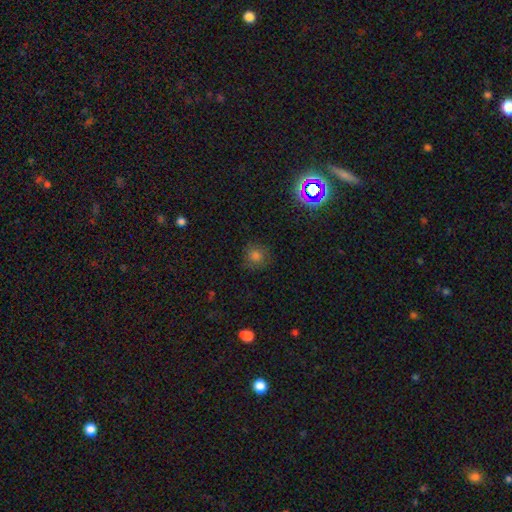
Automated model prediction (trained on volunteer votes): A smooth galaxy with no disk features (75%) that is round (88%).

Vote fractions:
- Smooth or featured? smooth: 75% / star or artifact: 17% / featured or disk: 7%
- How rounded? round: 88% / in between: 11% / cigar-shaped: 1%
- Merging? none: 81% / minor disturbance: 14% / major disturbance: 4% / merger: 1%